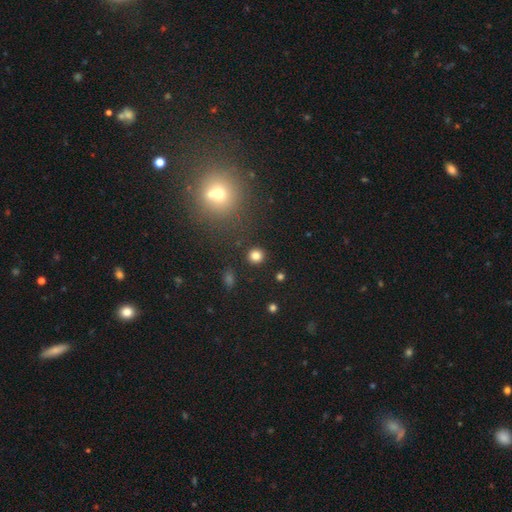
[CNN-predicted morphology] Overall: smooth (82%). How rounded: round (90%). Merging: none (90%).